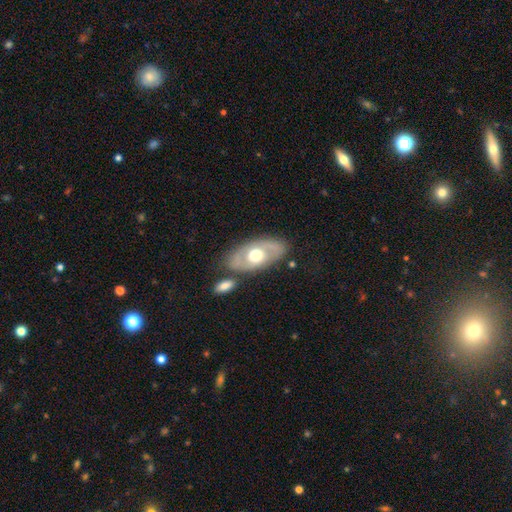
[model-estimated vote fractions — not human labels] This is possibly a featured or disk galaxy (56%). It is clearly not viewed edge-on (86%). Merging: likely none (74%).